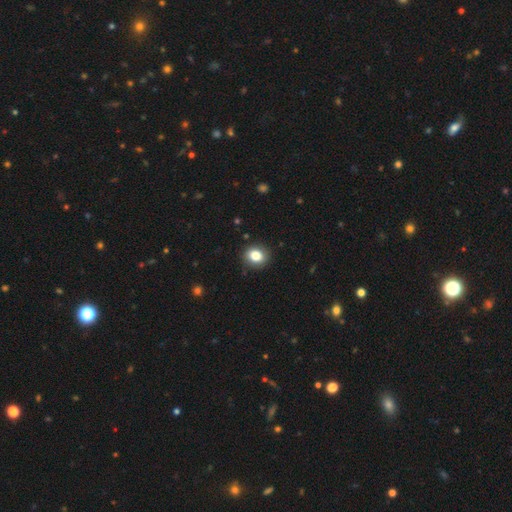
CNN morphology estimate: Smooth or featured?
  - smooth: 83% *
  - star or artifact: 10%
  - featured or disk: 8%
How rounded?
  - round: 66% *
  - in between: 33%
  - cigar-shaped: 1%
Merging?
  - none: 87% *
  - minor disturbance: 9%
  - major disturbance: 2%
  - merger: 1%